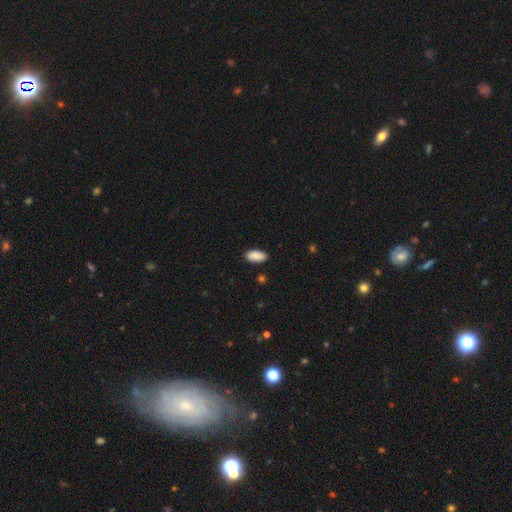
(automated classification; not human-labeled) Morphology: type=smooth (89%); roundness=in between (91%); merging=none (87%).